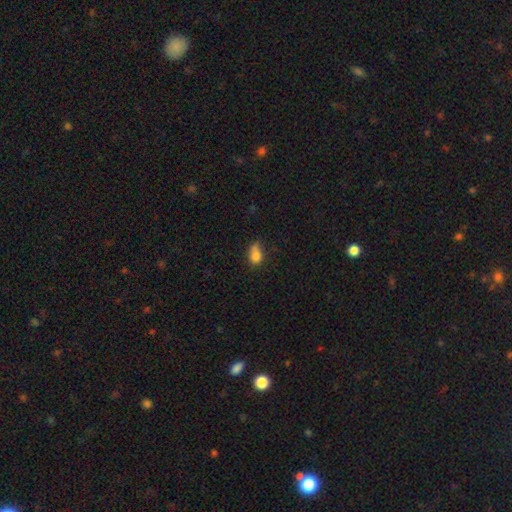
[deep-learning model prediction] Q: Smooth or featured?
A: smooth (78%); runner-up: featured or disk (11%)
Q: How rounded?
A: in between (57%); runner-up: round (41%)
Q: Merging?
A: none (38%); runner-up: minor disturbance (29%)